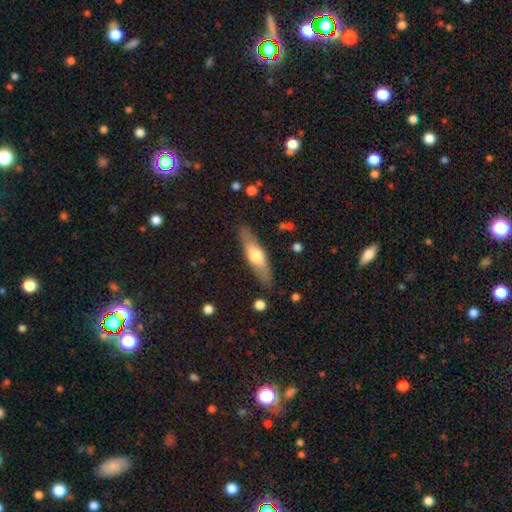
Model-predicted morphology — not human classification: smooth 52%, featured or disk 42%, star or artifact 5%. Down the decision tree: how rounded — cigar-shaped (66%); merging — none (85%).